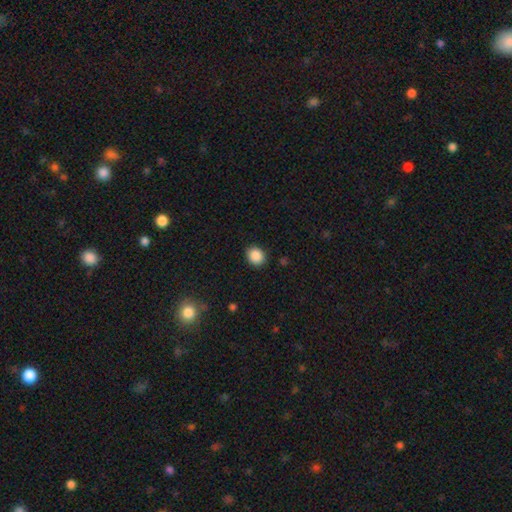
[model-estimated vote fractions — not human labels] Morphology: type=smooth (88%); roundness=round (63%); merging=none (88%).